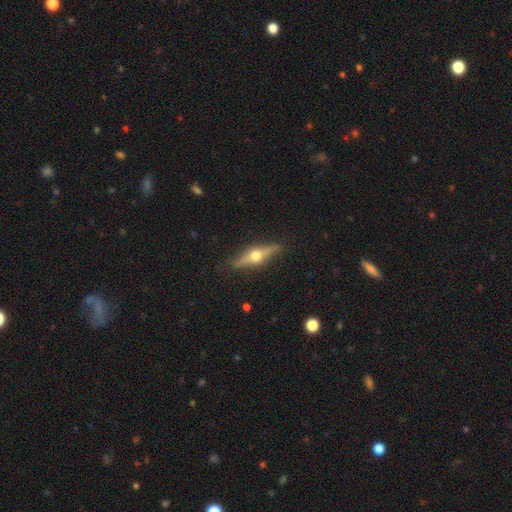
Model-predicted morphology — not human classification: type=featured or disk (71%); edge-on=yes (96%); edge-on bulge=rounded (96%); merging=none (87%).